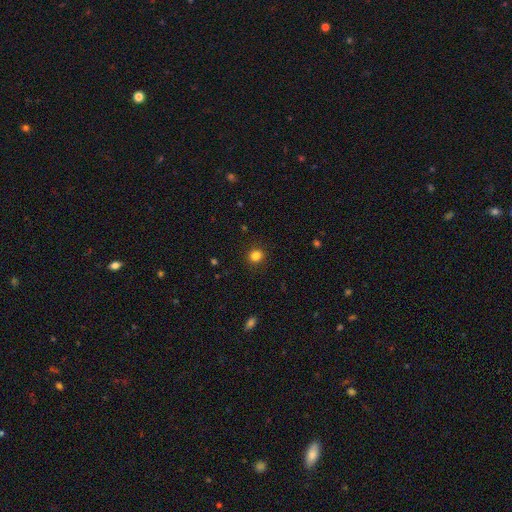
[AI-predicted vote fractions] This appears to be a smooth galaxy with no disk features (83%) that is round (88%). Merging: none (91%).